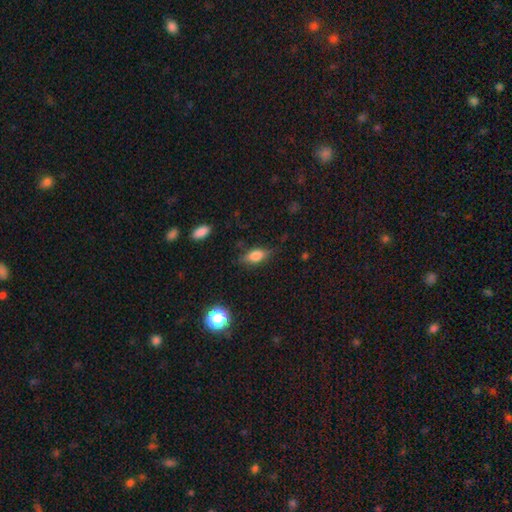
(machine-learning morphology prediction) Overall: smooth (75%). How rounded: in between (80%). Merging: none (77%).